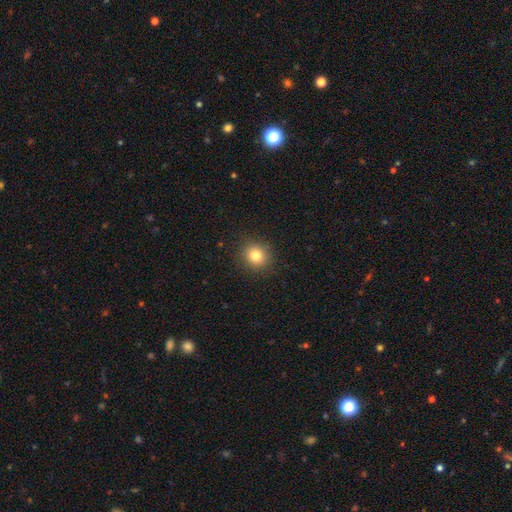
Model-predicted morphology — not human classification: The model was most divided on "how rounded": round: 84%, in between: 15%, cigar-shaped: 1%. More confident: merging — none (90%); smooth or featured — smooth (81%).